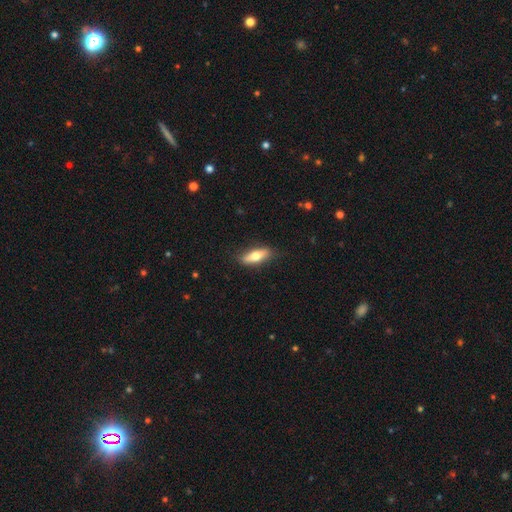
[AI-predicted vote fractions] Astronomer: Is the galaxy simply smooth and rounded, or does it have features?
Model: smooth — 64%.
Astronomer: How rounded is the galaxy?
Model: in between — 56% (runner-up: cigar-shaped, 42%).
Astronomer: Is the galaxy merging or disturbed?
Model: none — 83%.